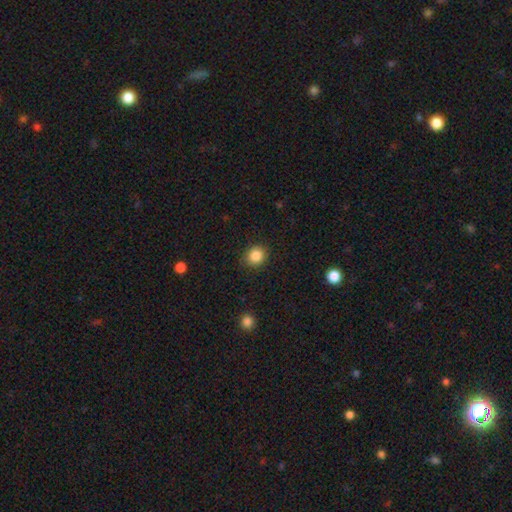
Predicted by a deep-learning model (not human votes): Smooth or featured? smooth (86%)
How rounded? round (80%)
Merging? none (88%)